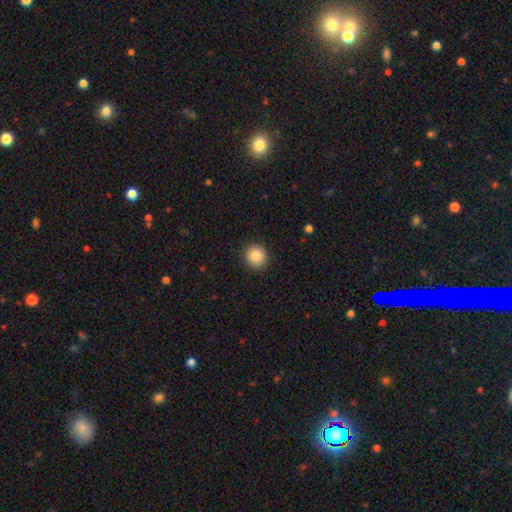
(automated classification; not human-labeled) This appears to be a smooth galaxy with no disk features (87%) that is round (90%). Merging: none (90%).